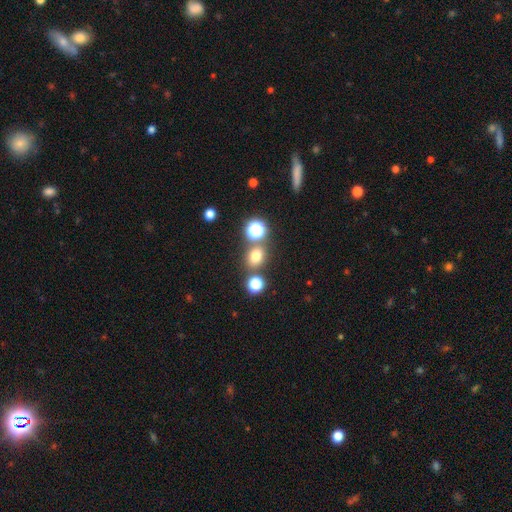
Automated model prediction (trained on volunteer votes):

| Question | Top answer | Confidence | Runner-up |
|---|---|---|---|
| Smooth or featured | smooth | 69% | star or artifact (22%) |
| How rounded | round | 65% | in between (34%) |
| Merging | none | 73% | merger (14%) |